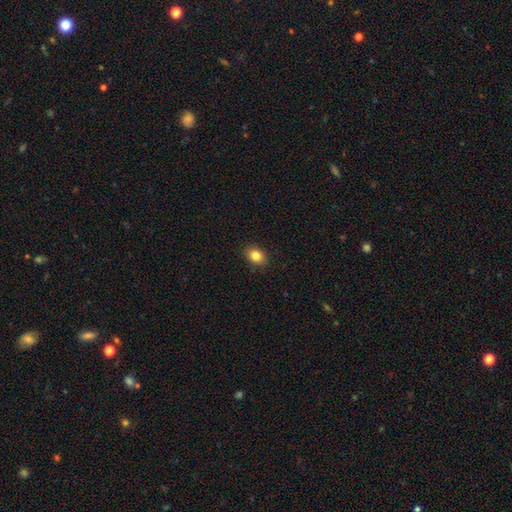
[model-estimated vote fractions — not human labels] Smooth or featured?
  - smooth: 85% *
  - star or artifact: 10%
  - featured or disk: 6%
How rounded?
  - in between: 66% *
  - round: 33%
  - cigar-shaped: 1%
Merging?
  - none: 89% *
  - minor disturbance: 8%
  - major disturbance: 2%
  - merger: 1%